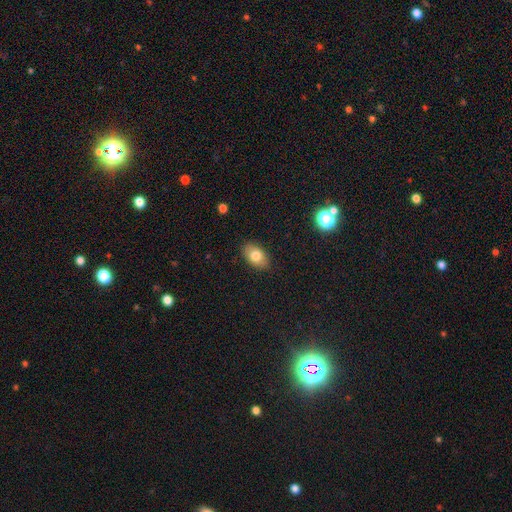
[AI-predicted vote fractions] Smooth or featured? smooth (79%)
How rounded? in between (89%)
Merging? none (87%)